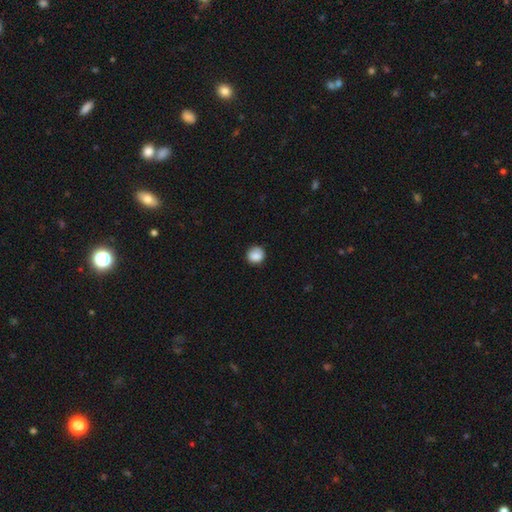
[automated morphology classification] smooth_or_featured: smooth (p=0.87) [alt: star or artifact p=0.09]
how_rounded: round (p=0.90) [alt: in between p=0.09]
merging: none (p=0.84) [alt: minor disturbance p=0.13]